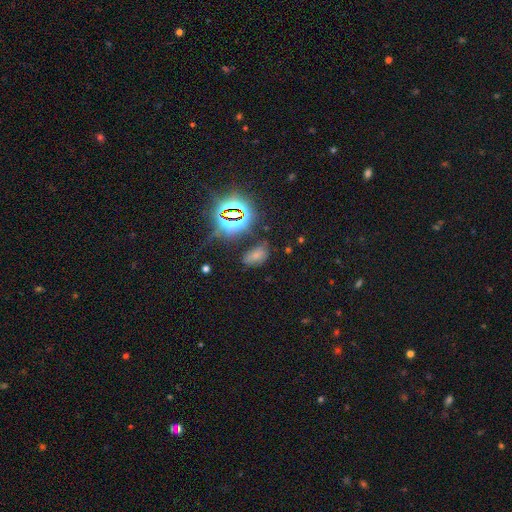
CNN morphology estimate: smooth_or_featured: smooth (p=0.52) [alt: star or artifact p=0.36]
how_rounded: in between (p=0.90) [alt: round p=0.07]
merging: none (p=0.63) [alt: minor disturbance p=0.22]